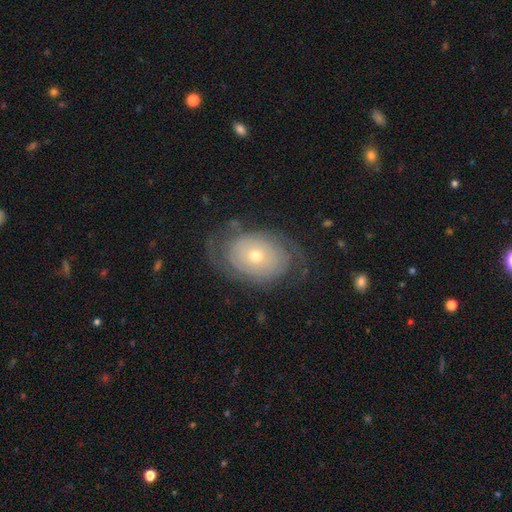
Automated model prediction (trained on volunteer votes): smooth-or-featured: featured or disk: 73% | smooth: 20% | star or artifact: 7%
  disk-edge-on: no: 95% | yes: 5%
    bar: no: 85% | weak: 12% | strong: 3%
    has-spiral-arms: yes: 79% | no: 21%
      spiral-winding: tight: 69% | medium: 21% | loose: 10%
      spiral-arm-count: 2: 47% | can't tell: 34% | 3: 6% | 1: 5% | 4: 3% | more than 4: 3%
    bulge-size: small: 48% | moderate: 47% | large: 3% | dominant: 1% | none: 1%
  merging: none: 69% | minor disturbance: 17% | major disturbance: 12% | merger: 2%